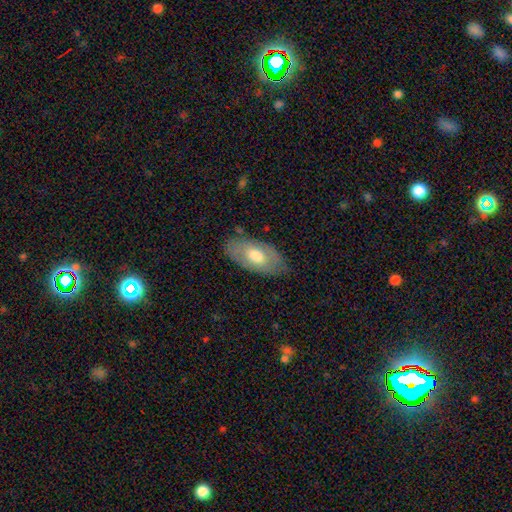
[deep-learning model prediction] Smooth or featured?
  - smooth: 59% *
  - featured or disk: 35%
  - star or artifact: 6%
How rounded?
  - in between: 93% *
  - cigar-shaped: 4%
  - round: 3%
Merging?
  - none: 78% *
  - minor disturbance: 17%
  - major disturbance: 4%
  - merger: 1%